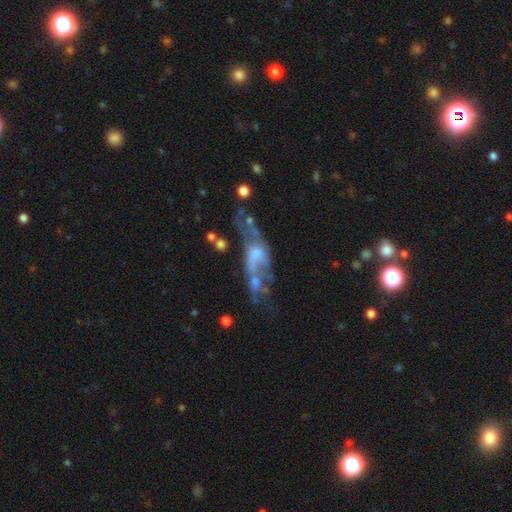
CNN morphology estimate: featured or disk 60%, smooth 28%, star or artifact 12%. Down the decision tree: edge-on disk — no (84%); bar — no (72%); spiral arms — no (55%); bulge size — small (36%); merging — major disturbance (32%).